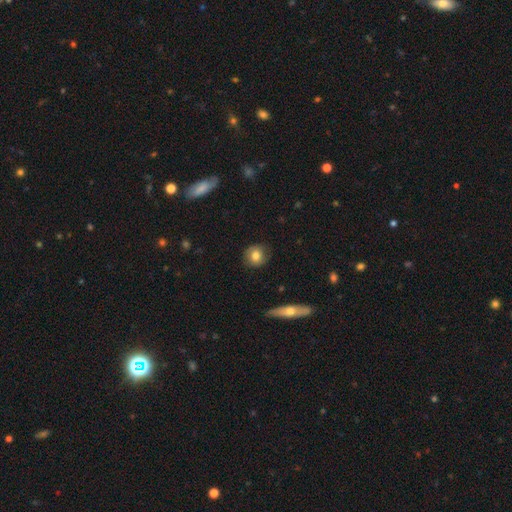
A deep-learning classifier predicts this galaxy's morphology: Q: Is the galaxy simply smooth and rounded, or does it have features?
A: smooth — 76%.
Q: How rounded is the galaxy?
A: round — 86%.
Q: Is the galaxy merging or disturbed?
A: none — 82%.